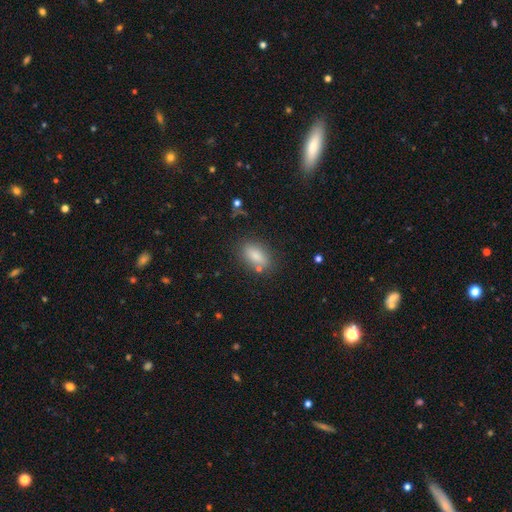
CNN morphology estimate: Smooth or featured? Predicted: smooth (p=0.81). How rounded? Predicted: in between (p=0.84). Merging? Predicted: none (p=0.78).